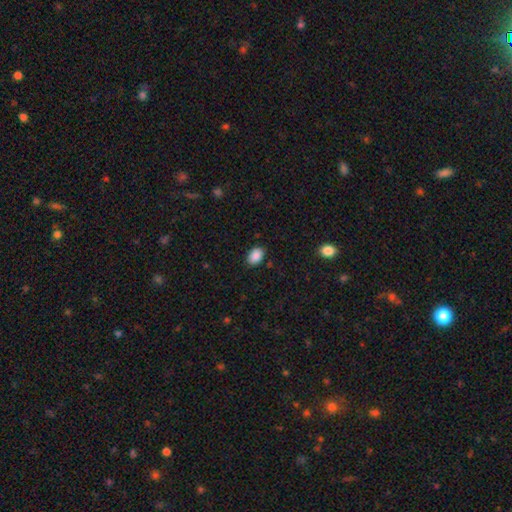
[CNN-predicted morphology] This is clearly a smooth galaxy (89%). How rounded: clearly in between (84%). Merging: clearly none (86%).